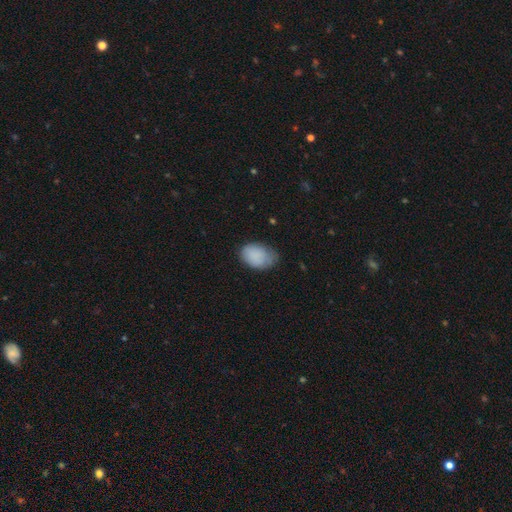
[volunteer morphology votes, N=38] Volunteers were most divided on "merging": none: 57%, minor disturbance: 37%, major disturbance: 6%, merger: 0%. More confident: smooth or featured — smooth (89%); how rounded — in between (82%).